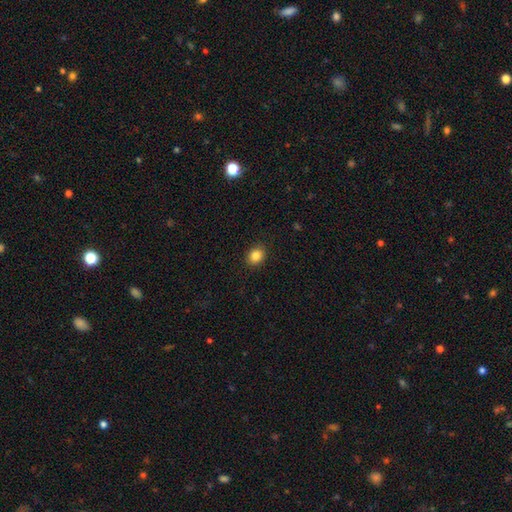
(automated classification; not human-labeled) Overall: smooth (84%). How rounded: round (62%; in between 37%). Merging: none (90%).